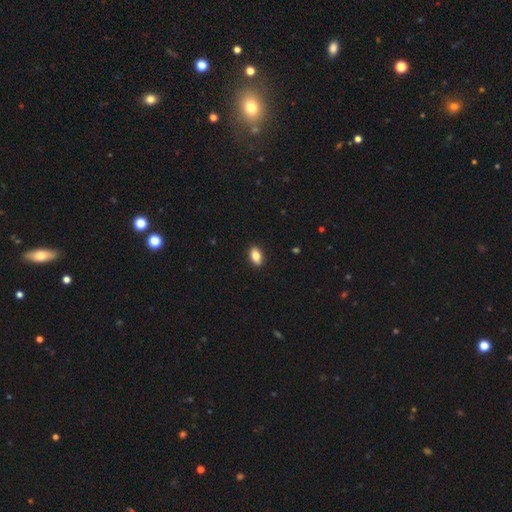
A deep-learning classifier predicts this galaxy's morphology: A smooth galaxy with no disk features (84%) that is in between round and cigar-shaped (89%).

Vote fractions:
- Smooth or featured? smooth: 84% / featured or disk: 9% / star or artifact: 8%
- How rounded? in between: 89% / round: 8% / cigar-shaped: 3%
- Merging? none: 91% / minor disturbance: 7% / major disturbance: 2% / merger: 1%